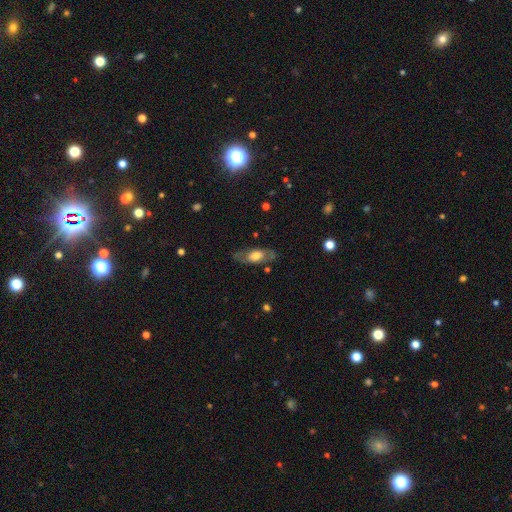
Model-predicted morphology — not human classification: This is possibly a featured or disk galaxy (47%, tied with smooth). Merging: likely none (73%).